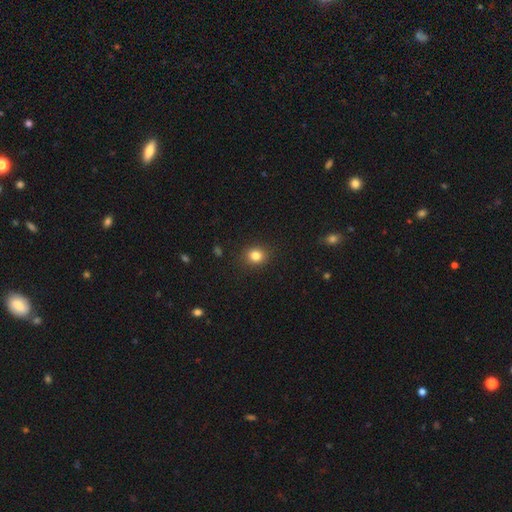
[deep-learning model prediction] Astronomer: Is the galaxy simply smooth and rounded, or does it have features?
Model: smooth — 82%.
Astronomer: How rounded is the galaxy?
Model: round — 76%.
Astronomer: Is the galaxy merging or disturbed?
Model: none — 89%.